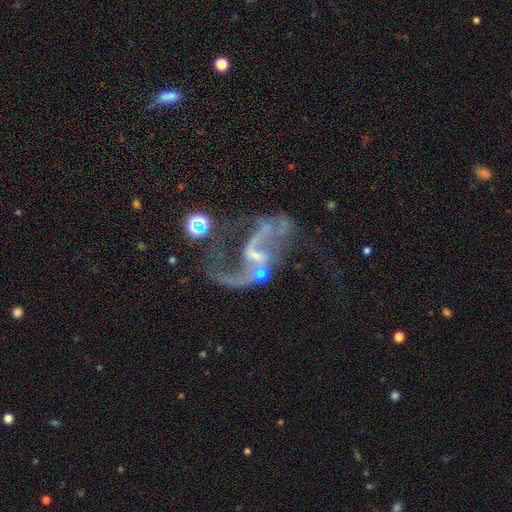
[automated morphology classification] This appears to be a featured or disk galaxy (83%) with no bar (40%), 2 (80%) loose (77%) spiral arms (82%) and a small central bulge (46%). Merging: major disturbance (32%).